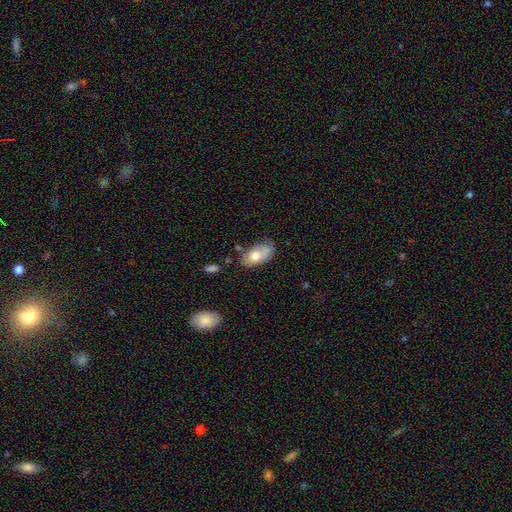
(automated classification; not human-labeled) A smooth galaxy with no disk features (69%) that is in between round and cigar-shaped (92%).

Vote fractions:
- Smooth or featured? smooth: 69% / featured or disk: 24% / star or artifact: 7%
- How rounded? in between: 92% / round: 4% / cigar-shaped: 3%
- Merging? none: 57% / minor disturbance: 28% / merger: 8% / major disturbance: 7%